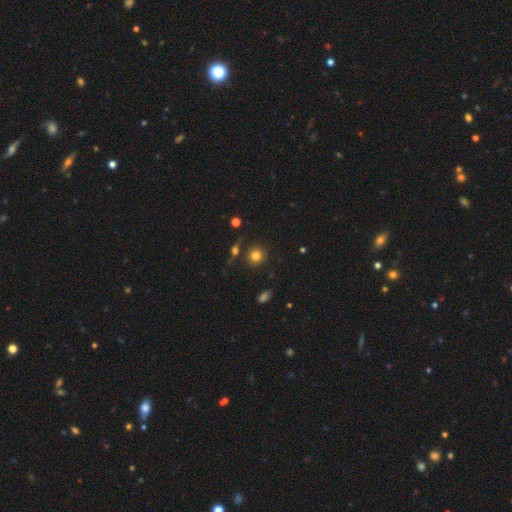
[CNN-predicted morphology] Smooth or featured?
  - smooth: 78% *
  - star or artifact: 13%
  - featured or disk: 9%
How rounded?
  - round: 90% *
  - in between: 9%
  - cigar-shaped: 1%
Merging?
  - none: 81% *
  - minor disturbance: 9%
  - merger: 6%
  - major disturbance: 3%